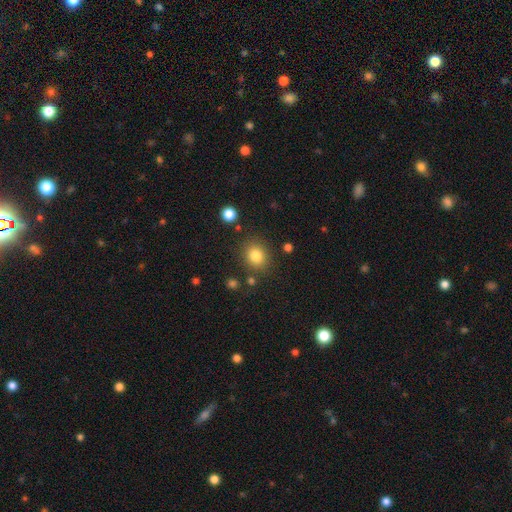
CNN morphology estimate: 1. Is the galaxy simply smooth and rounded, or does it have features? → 83% smooth, 11% star or artifact, 6% featured or disk.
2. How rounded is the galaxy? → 73% round, 26% in between, 1% cigar-shaped.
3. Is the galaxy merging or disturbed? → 82% none, 10% minor disturbance, 4% merger, 4% major disturbance.